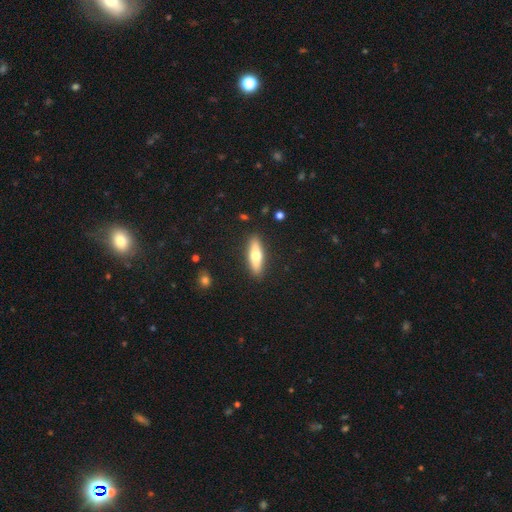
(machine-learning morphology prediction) Smooth or featured? Predicted: smooth (p=0.59). How rounded? Predicted: cigar-shaped (p=0.65). Merging? Predicted: none (p=0.89).